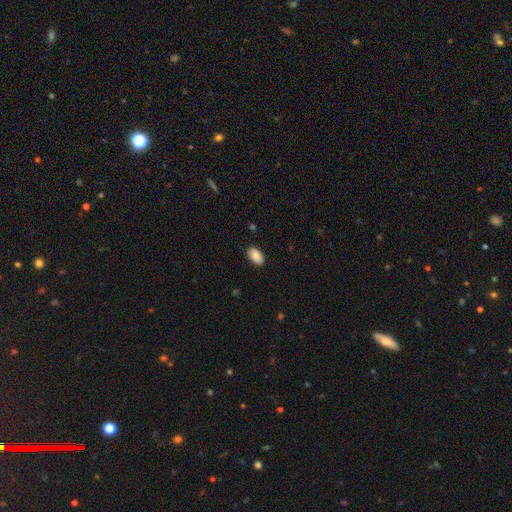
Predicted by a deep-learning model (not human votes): Morphology: type=smooth (85%); roundness=in between (94%); merging=none (87%).